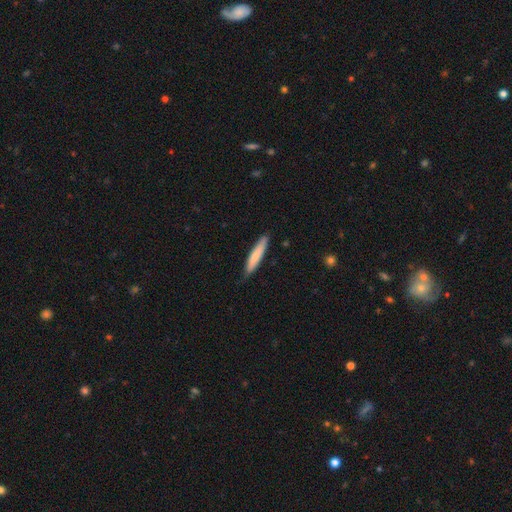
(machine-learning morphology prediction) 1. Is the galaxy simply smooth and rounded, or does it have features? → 75% smooth, 19% featured or disk, 5% star or artifact.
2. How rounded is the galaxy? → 90% cigar-shaped, 9% in between, 1% round.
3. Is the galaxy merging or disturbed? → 82% none, 15% minor disturbance, 2% major disturbance, 1% merger.